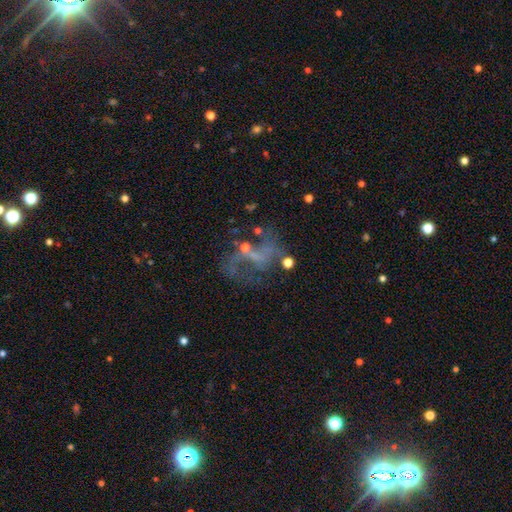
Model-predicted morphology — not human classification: A featured or disk galaxy (61%) with no bar (55%), spiral arms (58%) and no central bulge (47%). Merging: none (47%).